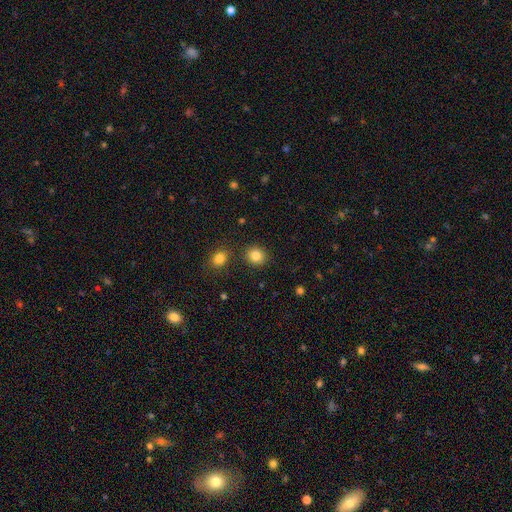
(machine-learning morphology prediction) This appears to be a smooth galaxy with no disk features (84%) that is round (82%). Merging: none (87%).